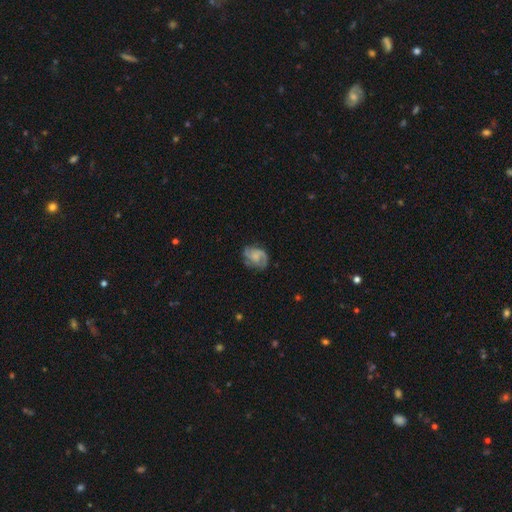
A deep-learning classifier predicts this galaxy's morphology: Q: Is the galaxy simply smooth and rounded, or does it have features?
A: featured or disk — 70%.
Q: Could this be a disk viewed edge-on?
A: no — 98%.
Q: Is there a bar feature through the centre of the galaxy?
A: no — 61%.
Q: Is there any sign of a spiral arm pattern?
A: yes — 91%.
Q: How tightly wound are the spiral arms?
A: medium — 48%.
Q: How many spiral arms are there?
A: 2 — 67%.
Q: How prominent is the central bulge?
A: none — 41%.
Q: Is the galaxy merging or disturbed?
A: none — 65%.